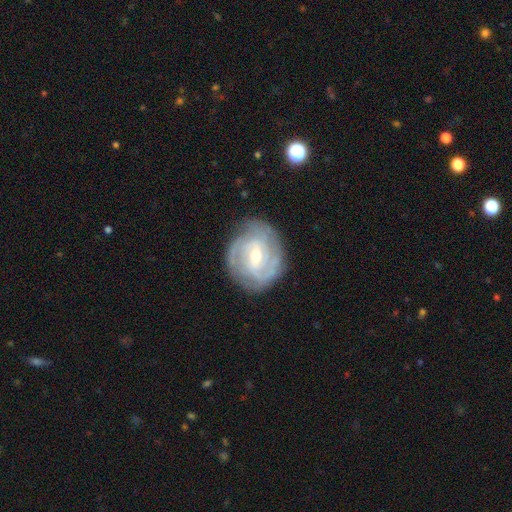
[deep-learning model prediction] Smooth or featured? Predicted: featured or disk (p=0.84). Edge-on disk? Predicted: no (p=0.97). Bar? Predicted: weak (p=0.51). Spiral arms? Predicted: yes (p=0.94). Spiral winding? Predicted: tight (p=0.66). Spiral arm count? Predicted: 2 (p=0.30). Bulge size? Predicted: moderate (p=0.52). Merging? Predicted: none (p=0.79).